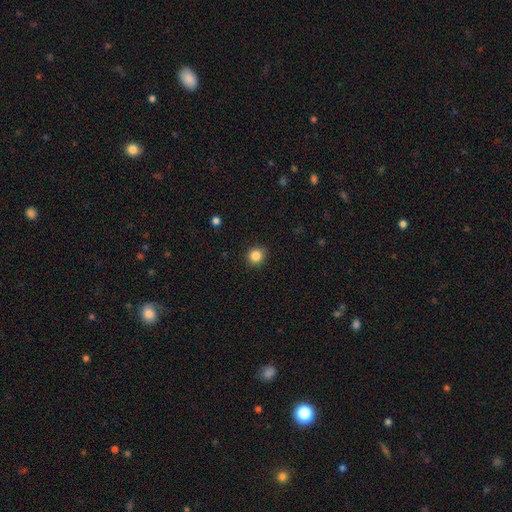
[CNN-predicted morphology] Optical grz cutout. It shows a smooth galaxy with no disk features (85%) that is round (90%). Merging: none (90%).